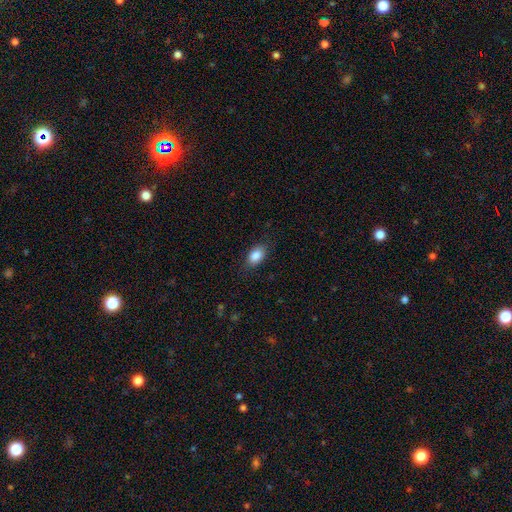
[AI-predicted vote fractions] This appears to be a smooth galaxy with no disk features (86%) that is in between round and cigar-shaped (88%). Merging: none (83%).